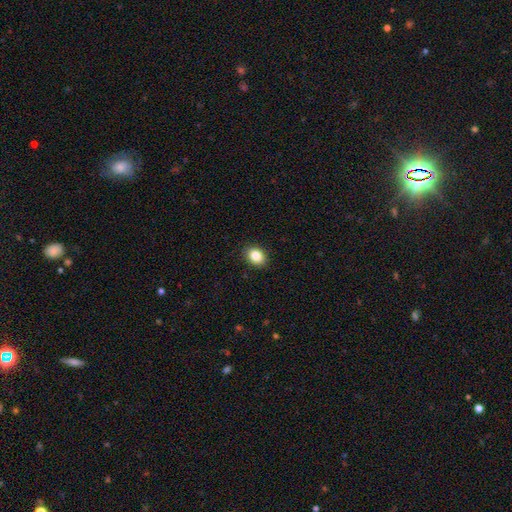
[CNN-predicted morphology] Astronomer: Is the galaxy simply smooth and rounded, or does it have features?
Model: smooth — 85%.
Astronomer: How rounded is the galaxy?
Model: in between — 60% (runner-up: round, 39%).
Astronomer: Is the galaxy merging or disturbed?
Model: none — 89%.